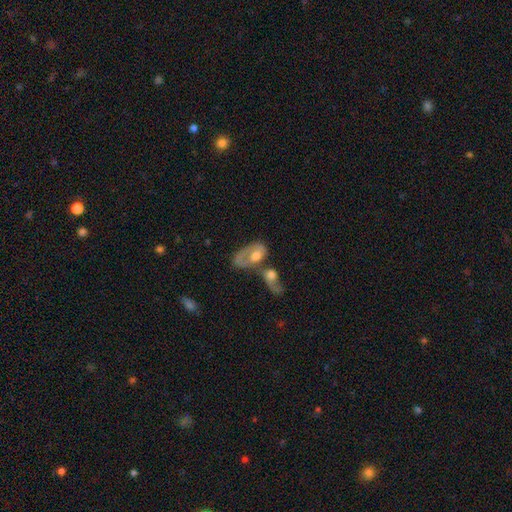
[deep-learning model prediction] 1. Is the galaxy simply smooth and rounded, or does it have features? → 49% featured or disk, 44% smooth, 7% star or artifact.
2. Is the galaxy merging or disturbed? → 55% merger, 18% none, 16% major disturbance, 11% minor disturbance.